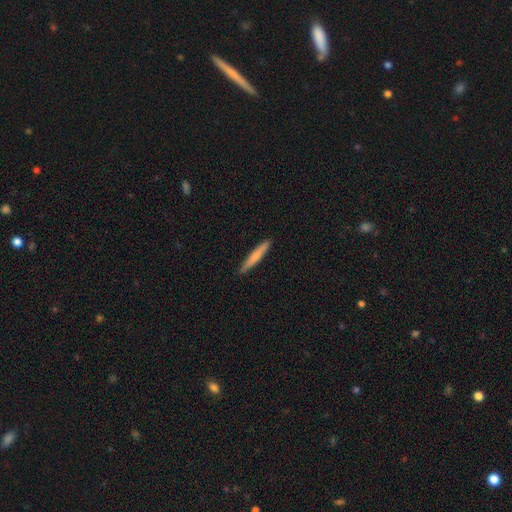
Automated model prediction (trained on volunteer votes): Overall: smooth (70%). How rounded: cigar-shaped (95%). Merging: none (91%).